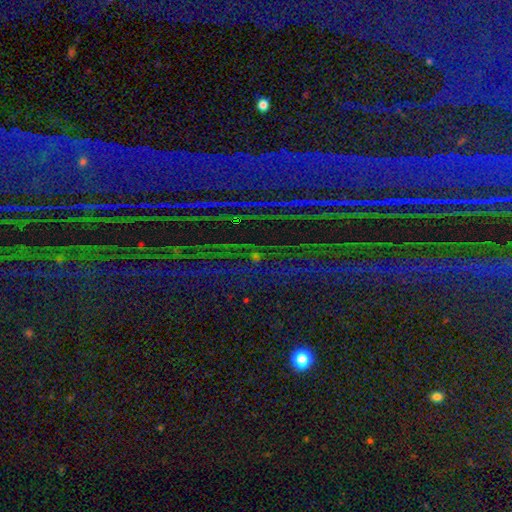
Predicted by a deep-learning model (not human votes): Morphology: type=star or artifact (81%).